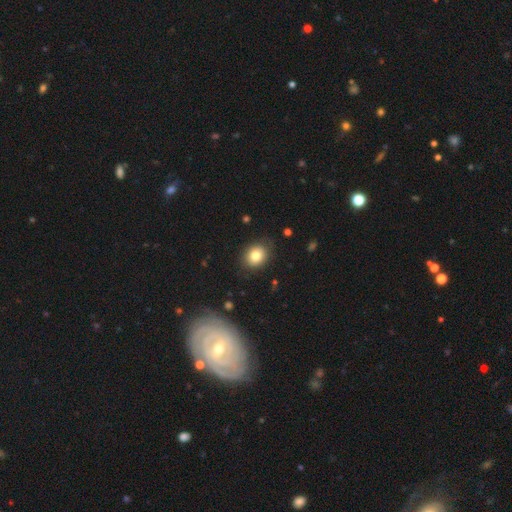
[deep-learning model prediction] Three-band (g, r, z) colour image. It shows a smooth galaxy with no disk features (81%) that is round (57%). Merging: none (84%).